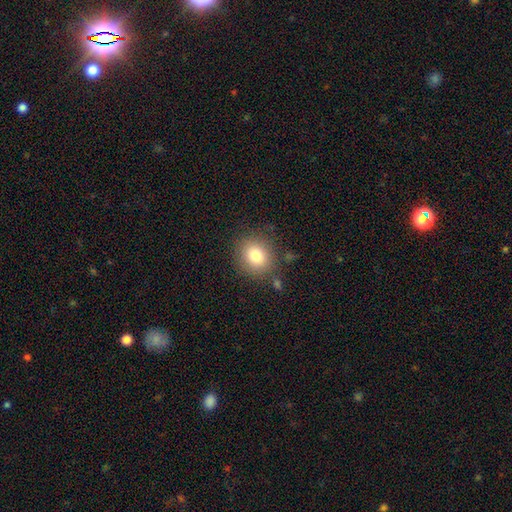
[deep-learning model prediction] Q: Smooth or featured?
A: smooth (81%); runner-up: star or artifact (10%)
Q: How rounded?
A: round (72%); runner-up: in between (27%)
Q: Merging?
A: none (81%); runner-up: minor disturbance (11%)